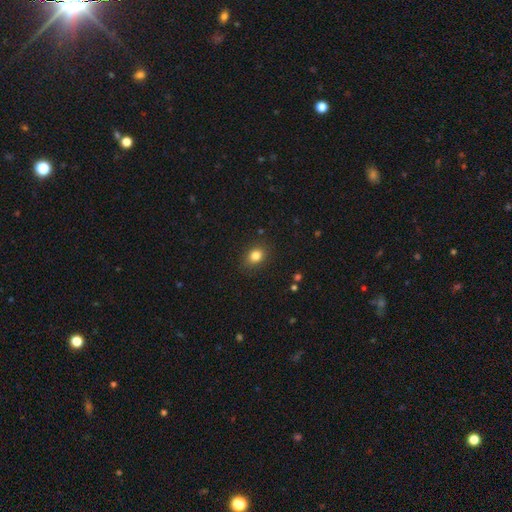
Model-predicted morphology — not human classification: A smooth galaxy with no disk features (83%) that is in between round and cigar-shaped (51%).

Vote fractions:
- Smooth or featured? smooth: 83% / star or artifact: 11% / featured or disk: 6%
- How rounded? in between: 51% / round: 48% / cigar-shaped: 1%
- Merging? none: 86% / minor disturbance: 10% / major disturbance: 3% / merger: 1%